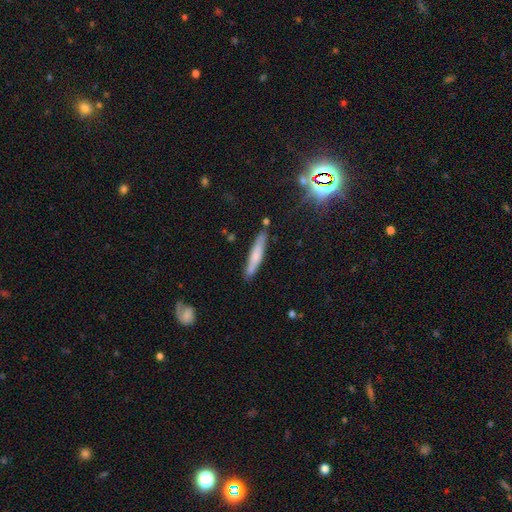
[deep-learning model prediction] A smooth galaxy with no disk features (66%) that is cigar-shaped (91%).

Vote fractions:
- Smooth or featured? smooth: 66% / featured or disk: 27% / star or artifact: 7%
- How rounded? cigar-shaped: 91% / in between: 7% / round: 1%
- Merging? none: 84% / minor disturbance: 12% / merger: 3% / major disturbance: 2%